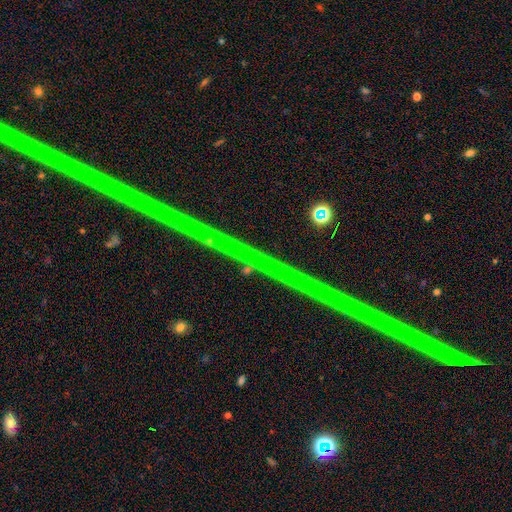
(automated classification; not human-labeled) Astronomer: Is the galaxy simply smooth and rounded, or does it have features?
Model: star or artifact — 88%.